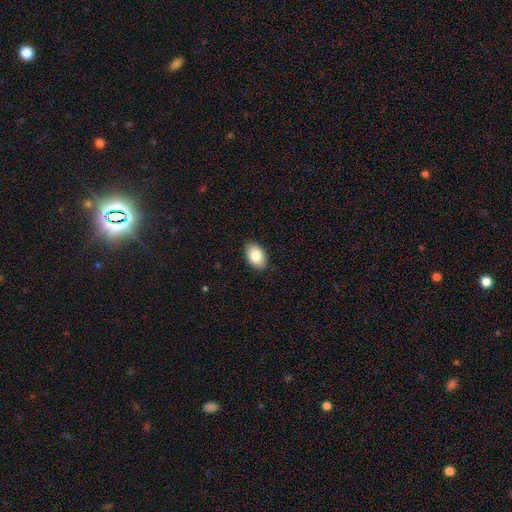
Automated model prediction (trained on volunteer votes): smooth_or_featured: smooth (p=0.84) [alt: featured or disk p=0.10]
how_rounded: in between (p=0.90) [alt: round p=0.09]
merging: none (p=0.88) [alt: minor disturbance p=0.09]